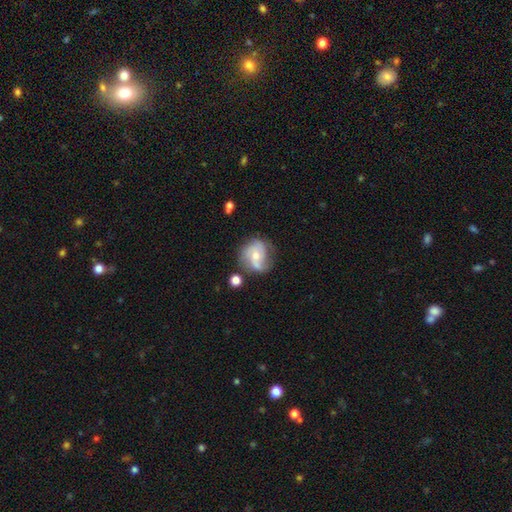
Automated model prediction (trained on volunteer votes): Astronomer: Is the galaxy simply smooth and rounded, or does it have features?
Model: featured or disk — 63%.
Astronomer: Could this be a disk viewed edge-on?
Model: no — 97%.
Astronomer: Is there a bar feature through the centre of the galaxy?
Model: no — 66%.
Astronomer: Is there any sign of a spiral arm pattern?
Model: yes — 84%.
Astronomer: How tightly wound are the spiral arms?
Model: medium — 41% (runner-up: loose, 36%).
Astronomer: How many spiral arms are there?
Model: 2 — 46%.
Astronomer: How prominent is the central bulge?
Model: moderate — 48% (runner-up: small, 47%).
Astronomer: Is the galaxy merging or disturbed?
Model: none — 54%.